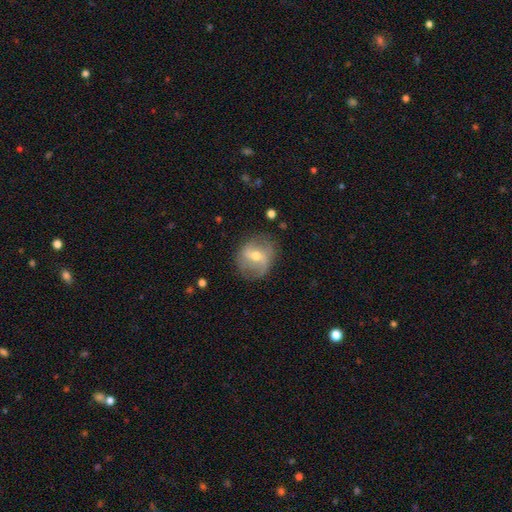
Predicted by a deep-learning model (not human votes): A featured or disk galaxy (67%) with a weak bar (47%), 2 (77%) loose (50%) spiral arms (80%) and a moderate central bulge (64%).

Vote fractions:
- Smooth or featured? featured or disk: 67% / smooth: 25% / star or artifact: 7%
- Edge-on disk? no: 96% / yes: 4%
- Bar? weak: 47% / strong: 26% / no: 26%
- Spiral arms? yes: 80% / no: 20%
- Spiral winding? loose: 50% / medium: 36% / tight: 15%
- Spiral arm count? 2: 77% / can't tell: 12% / 1: 5% / 3: 4% / 4: 2% / more than 4: 1%
- Bulge size? moderate: 64% / small: 31% / large: 3% / none: 1% / dominant: 1%
- Merging? none: 73% / minor disturbance: 17% / major disturbance: 8% / merger: 2%